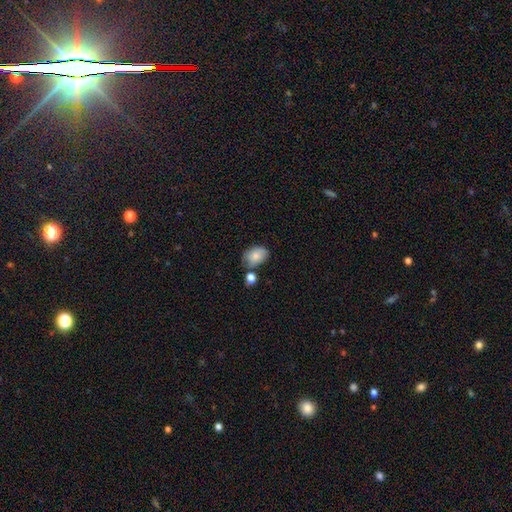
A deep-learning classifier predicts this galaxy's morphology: smooth-or-featured: smooth: 81% | featured or disk: 12% | star or artifact: 8%
  how-rounded: in between: 81% | round: 18% | cigar-shaped: 1%
  merging: none: 54% | minor disturbance: 24% | merger: 16% | major disturbance: 6%